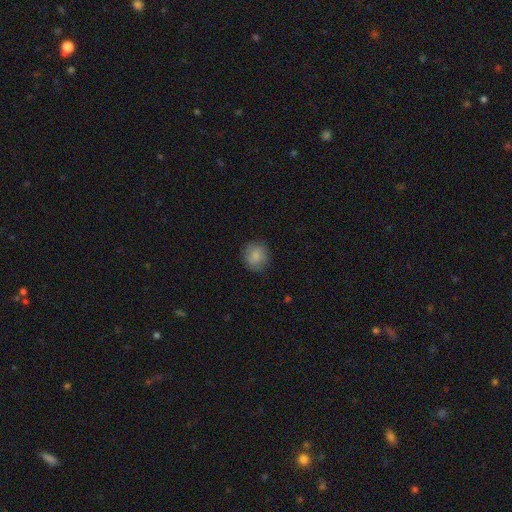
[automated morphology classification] This appears to be a smooth galaxy with no disk features (83%) that is round (87%). Merging: none (84%).